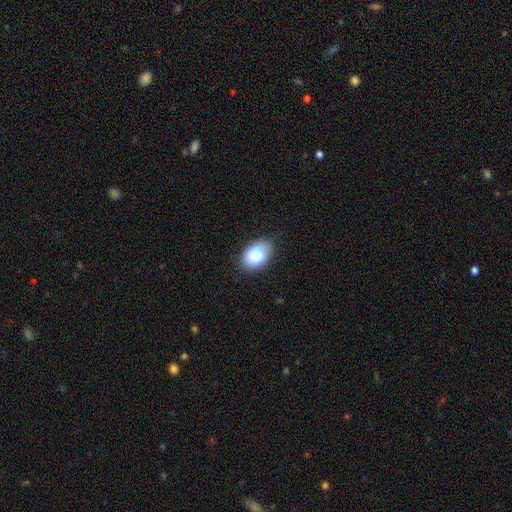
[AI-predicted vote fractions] This is clearly a smooth galaxy (82%). How rounded: clearly in between (89%). Merging: likely none (78%).